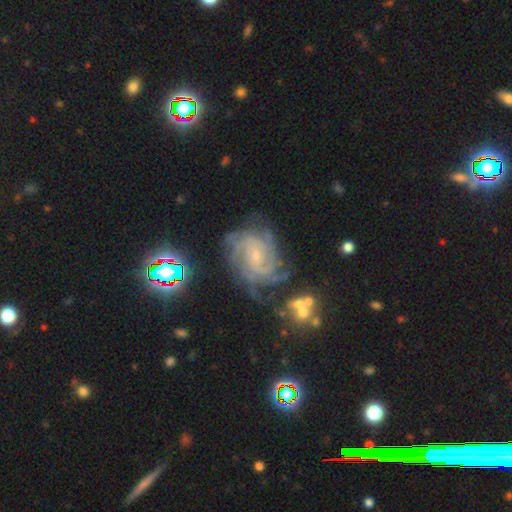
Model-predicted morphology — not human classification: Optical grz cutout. It shows a featured or disk galaxy (84%) with no bar (54%), 4 (26%) tight (64%) spiral arms (97%) and a small central bulge (76%). Merging: none (65%).